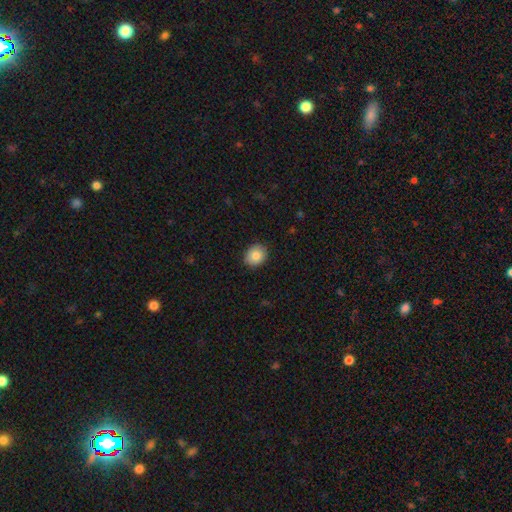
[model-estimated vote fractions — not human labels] Overall: smooth (86%). How rounded: round (54%; in between 45%). Merging: none (88%).